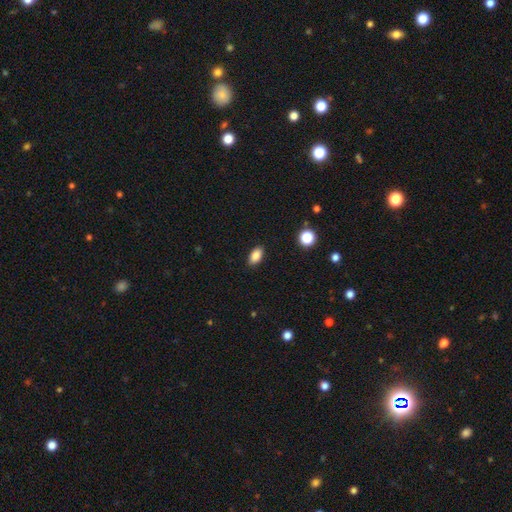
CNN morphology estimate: Q: Smooth or featured?
A: smooth (87%); runner-up: star or artifact (9%)
Q: How rounded?
A: in between (91%); runner-up: round (6%)
Q: Merging?
A: none (88%); runner-up: minor disturbance (9%)